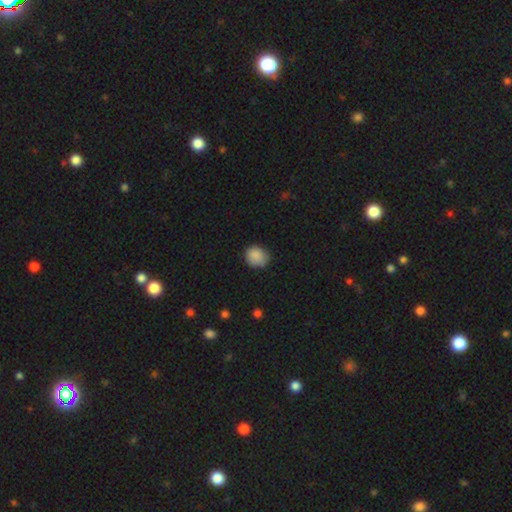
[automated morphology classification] smooth_or_featured: smooth (p=0.86) [alt: star or artifact p=0.08]
how_rounded: round (p=0.68) [alt: in between p=0.31]
merging: none (p=0.71) [alt: minor disturbance p=0.24]